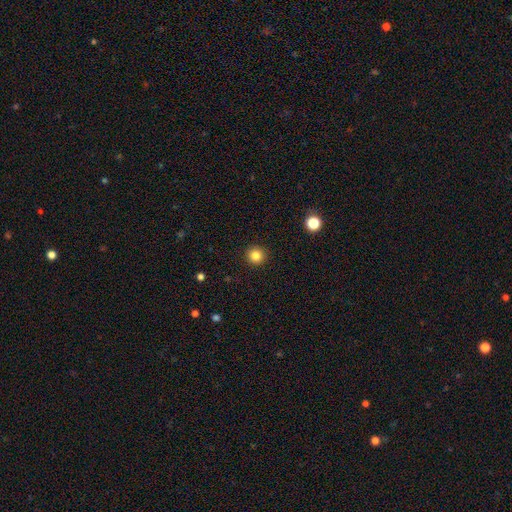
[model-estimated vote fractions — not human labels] A smooth galaxy with no disk features (84%) that is round (95%).

Vote fractions:
- Smooth or featured? smooth: 84% / star or artifact: 11% / featured or disk: 5%
- How rounded? round: 95% / in between: 4% / cigar-shaped: 1%
- Merging? none: 93% / minor disturbance: 5% / major disturbance: 2% / merger: 1%